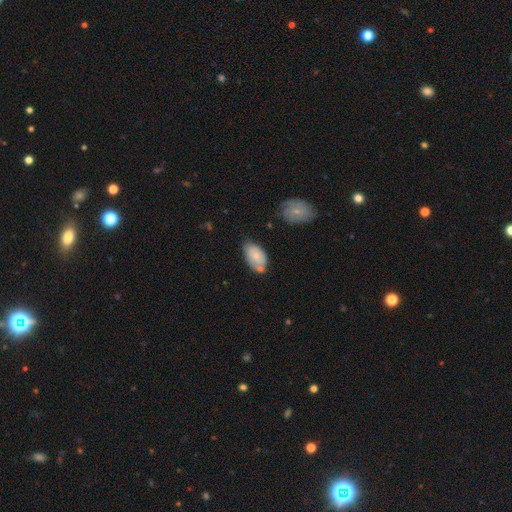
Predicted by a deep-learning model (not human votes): A smooth galaxy with no disk features (66%) that is in between round and cigar-shaped (93%).

Vote fractions:
- Smooth or featured? smooth: 66% / featured or disk: 27% / star or artifact: 7%
- How rounded? in between: 93% / round: 5% / cigar-shaped: 2%
- Merging? none: 51% / minor disturbance: 28% / merger: 14% / major disturbance: 6%